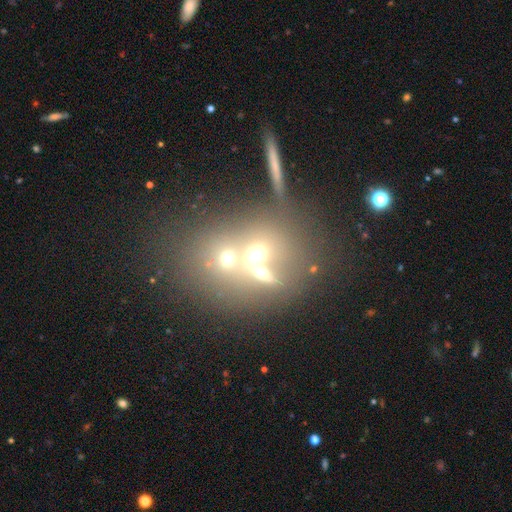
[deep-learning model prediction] A smooth galaxy with no disk features (51%) that is round (64%). Merging: merger (60%).